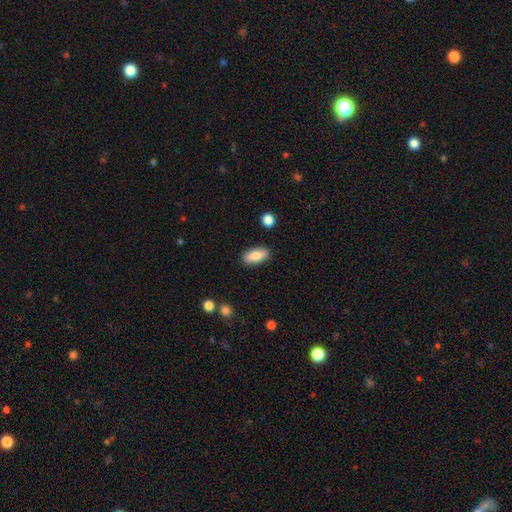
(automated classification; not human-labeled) This appears to be a smooth galaxy with no disk features (82%) that is in between round and cigar-shaped (86%). Merging: none (88%).